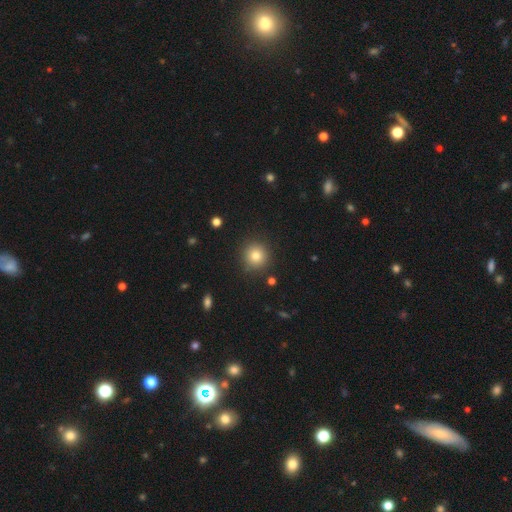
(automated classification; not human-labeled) Smooth or featured?
  - smooth: 81% *
  - star or artifact: 12%
  - featured or disk: 7%
How rounded?
  - round: 94% *
  - in between: 5%
  - cigar-shaped: 1%
Merging?
  - none: 90% *
  - minor disturbance: 7%
  - major disturbance: 2%
  - merger: 2%